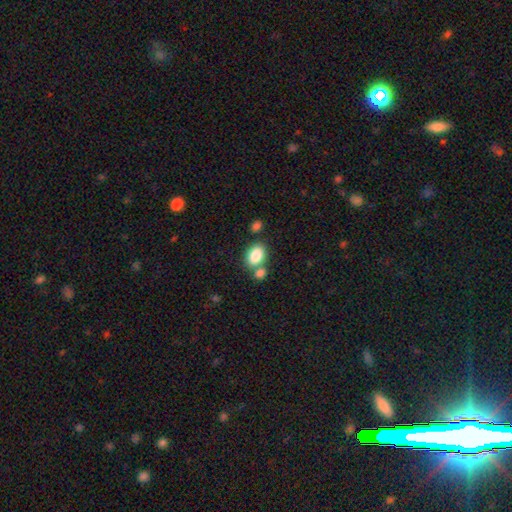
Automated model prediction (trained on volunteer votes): This appears to be a smooth galaxy with no disk features (85%) that is in between round and cigar-shaped (84%). Merging: none (57%).